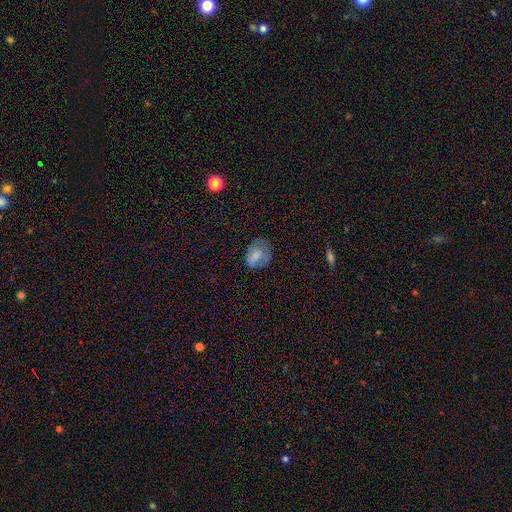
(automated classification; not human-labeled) smooth_or_featured: smooth (p=0.62) [alt: featured or disk p=0.28]
how_rounded: in between (p=0.63) [alt: round p=0.35]
merging: none (p=0.59) [alt: minor disturbance p=0.26]